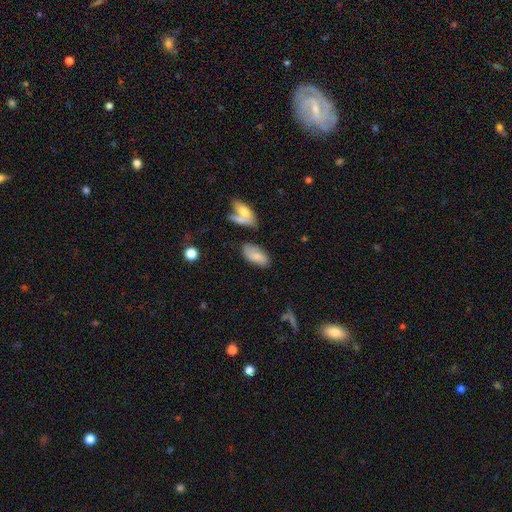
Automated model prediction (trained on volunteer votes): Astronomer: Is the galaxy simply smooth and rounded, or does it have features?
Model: smooth — 73%.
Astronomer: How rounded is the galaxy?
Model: in between — 92%.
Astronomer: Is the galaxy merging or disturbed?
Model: none — 65%.